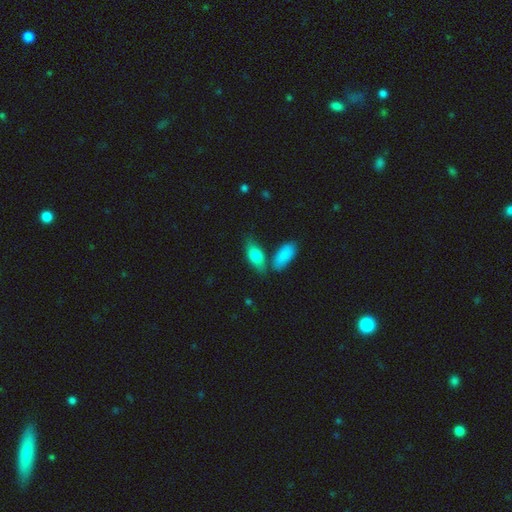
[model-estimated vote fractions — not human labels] The model was most divided on "merging": none: 64%, merger: 17%, minor disturbance: 15%, major disturbance: 4%. More confident: how rounded — in between (79%); smooth or featured — smooth (76%).